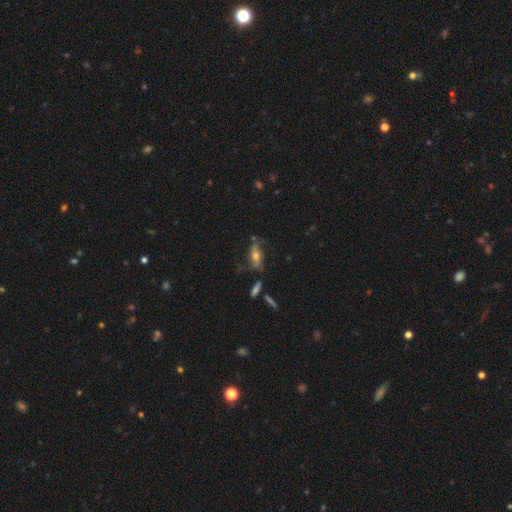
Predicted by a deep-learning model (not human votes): featured or disk 59%, smooth 31%, star or artifact 10%. Down the decision tree: edge-on disk — no (68%); merging — none (58%).